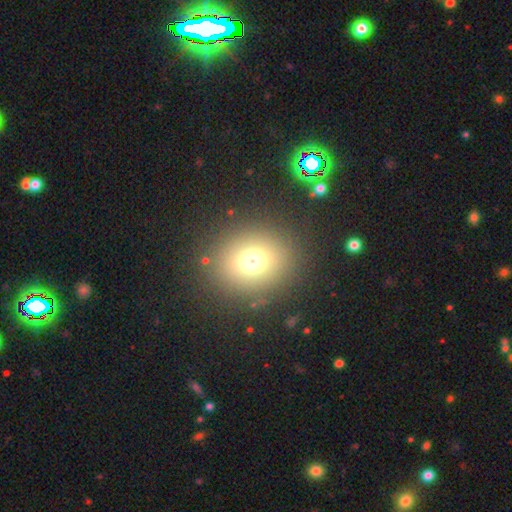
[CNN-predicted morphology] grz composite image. It shows a smooth galaxy with no disk features (70%) that is round (75%). Merging: none (88%).